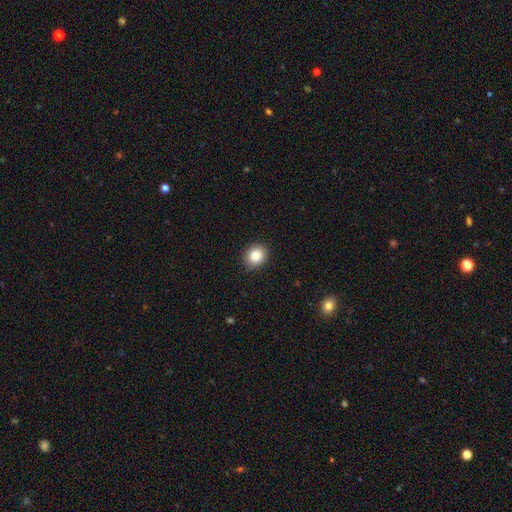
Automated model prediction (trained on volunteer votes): This appears to be a smooth galaxy with no disk features (86%) that is round (67%). Merging: none (88%).